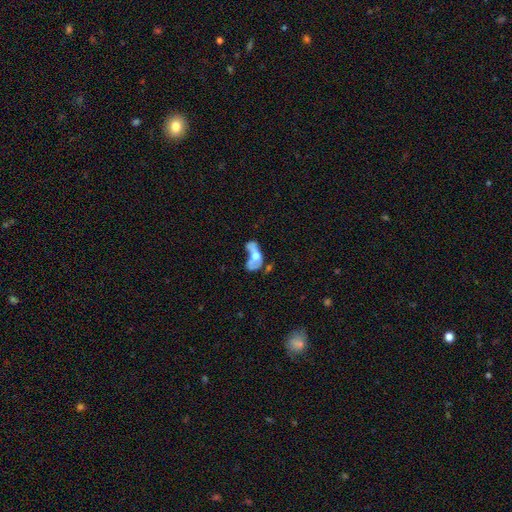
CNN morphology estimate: smooth-or-featured: featured or disk: 50% | smooth: 41% | star or artifact: 9%
  disk-edge-on: no: 90% | yes: 10%
  merging: major disturbance: 42% | merger: 32% | none: 14% | minor disturbance: 12%